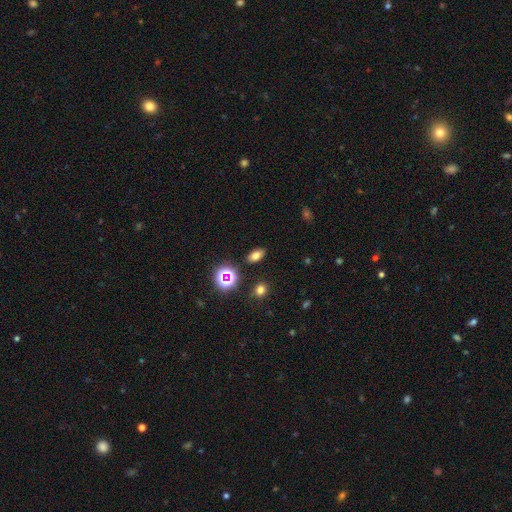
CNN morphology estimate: This is likely a smooth galaxy (71%). How rounded: clearly in between (85%). Merging: clearly none (87%).